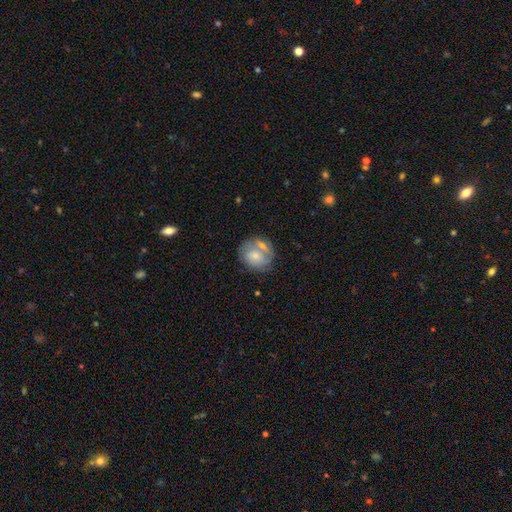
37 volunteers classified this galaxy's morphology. Overall: smooth (68%). How rounded: round (68%; in between 32%). Merging: merger (43%; none 29%).